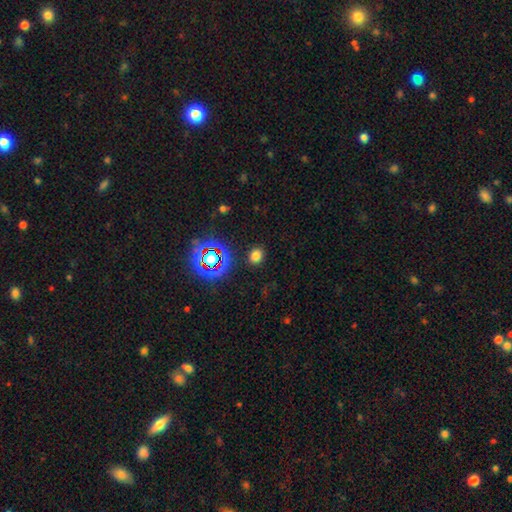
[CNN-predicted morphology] type=smooth (73%); roundness=round (63%); merging=none (88%).